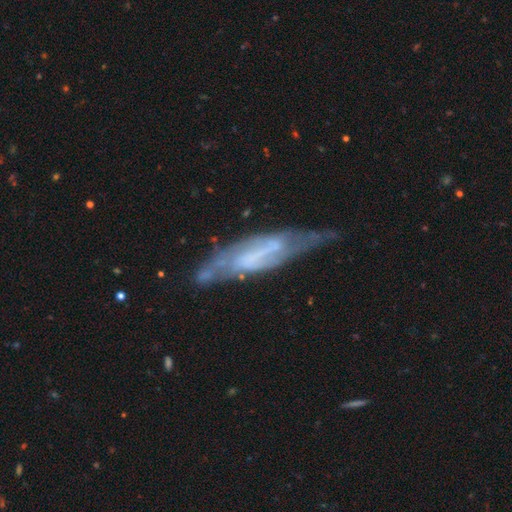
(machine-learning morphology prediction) featured or disk 76%, smooth 17%, star or artifact 7%. Down the decision tree: edge-on disk — no (64%); merging — none (58%).